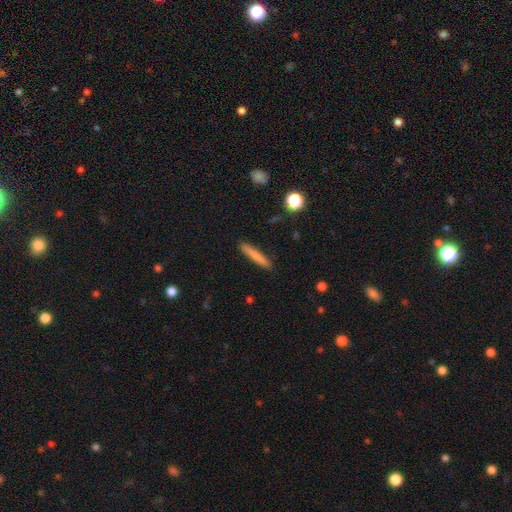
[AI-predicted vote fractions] This is likely a smooth galaxy (77%). How rounded: clearly cigar-shaped (93%). Merging: clearly none (89%).